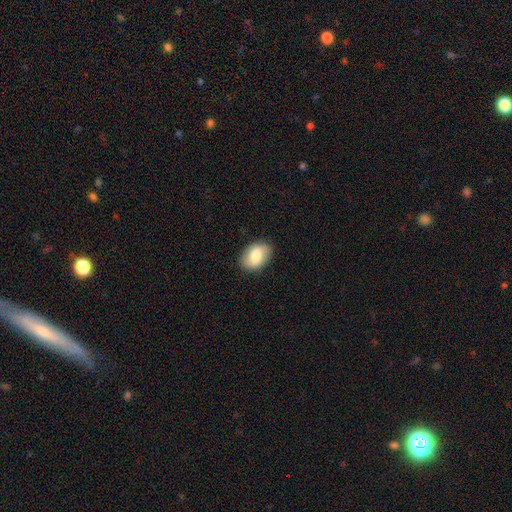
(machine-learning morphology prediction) Smooth or featured? smooth (80%)
How rounded? in between (86%)
Merging? none (86%)